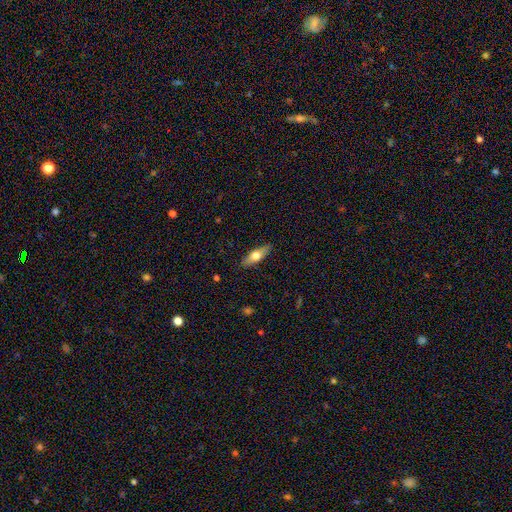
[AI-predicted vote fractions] smooth 59%, featured or disk 35%, star or artifact 6%. Down the decision tree: how rounded — in between (53%); merging — none (88%).